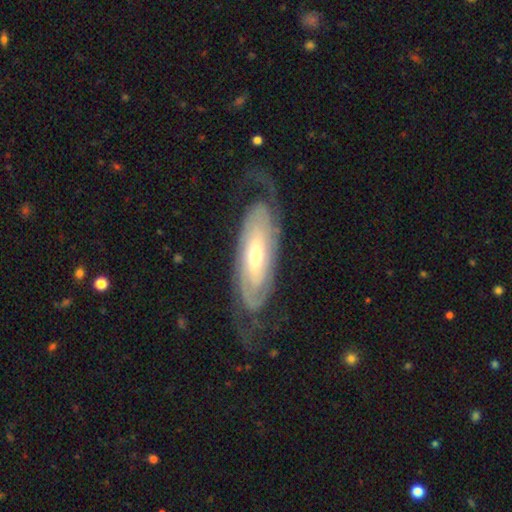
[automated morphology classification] Q: Smooth or featured?
A: featured or disk (85%); runner-up: smooth (11%)
Q: Edge-on disk?
A: no (88%); runner-up: yes (12%)
Q: Bar?
A: no (51%); runner-up: weak (30%)
Q: Spiral arms?
A: yes (95%); runner-up: no (5%)
Q: Spiral winding?
A: tight (60%); runner-up: medium (29%)
Q: Spiral arm count?
A: 2 (63%); runner-up: can't tell (21%)
Q: Bulge size?
A: moderate (52%); runner-up: small (40%)
Q: Merging?
A: none (72%); runner-up: minor disturbance (15%)